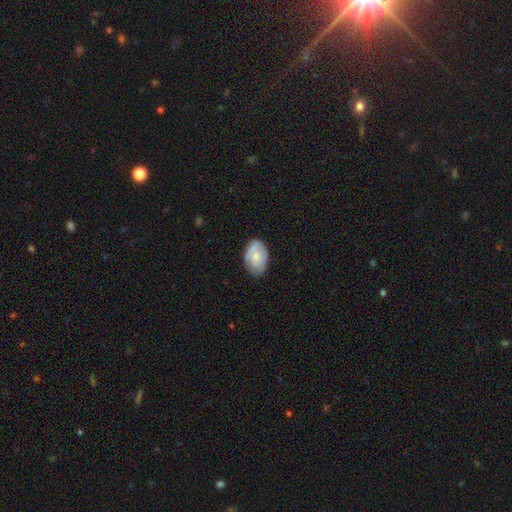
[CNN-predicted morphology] smooth-or-featured: smooth: 64% | featured or disk: 29% | star or artifact: 7%
  how-rounded: in between: 85% | round: 14% | cigar-shaped: 1%
  merging: none: 71% | minor disturbance: 23% | major disturbance: 5% | merger: 1%